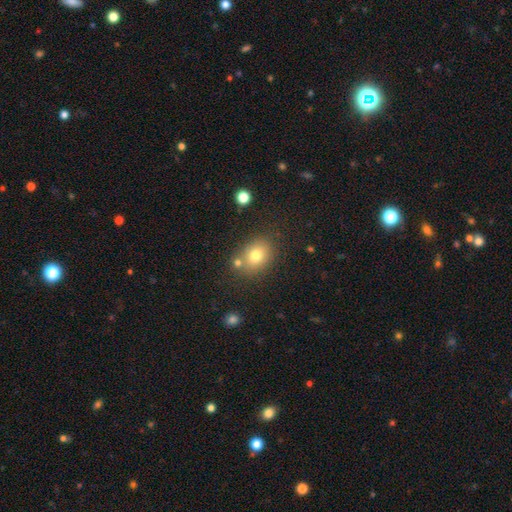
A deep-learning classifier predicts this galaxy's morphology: Smooth or featured?
  - smooth: 76% *
  - star or artifact: 13%
  - featured or disk: 12%
How rounded?
  - in between: 50% *
  - round: 49%
  - cigar-shaped: 1%
Merging?
  - none: 72% *
  - merger: 13%
  - minor disturbance: 12%
  - major disturbance: 3%